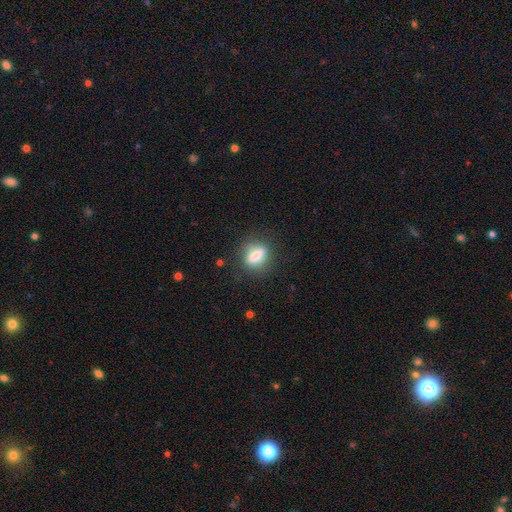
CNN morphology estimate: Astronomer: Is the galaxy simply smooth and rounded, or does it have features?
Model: smooth — 63%.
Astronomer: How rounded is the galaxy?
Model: in between — 49% (runner-up: cigar-shaped, 31%).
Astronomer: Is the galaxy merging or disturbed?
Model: none — 80%.